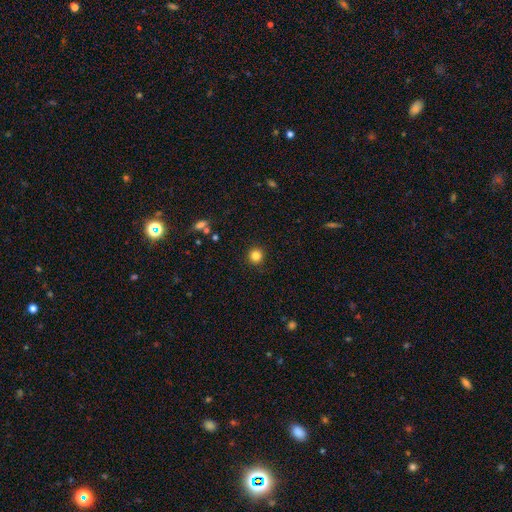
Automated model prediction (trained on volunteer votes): Smooth or featured: smooth — 84% (star or artifact — 12%)
How rounded: round — 95% (in between — 4%)
Merging: none — 92% (minor disturbance — 5%)